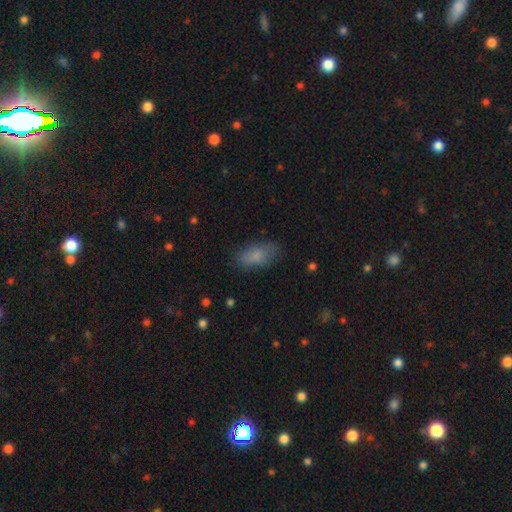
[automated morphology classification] The model was most divided on "merging": none: 77%, minor disturbance: 17%, major disturbance: 5%, merger: 1%. More confident: how rounded — in between (88%); smooth or featured — smooth (81%).